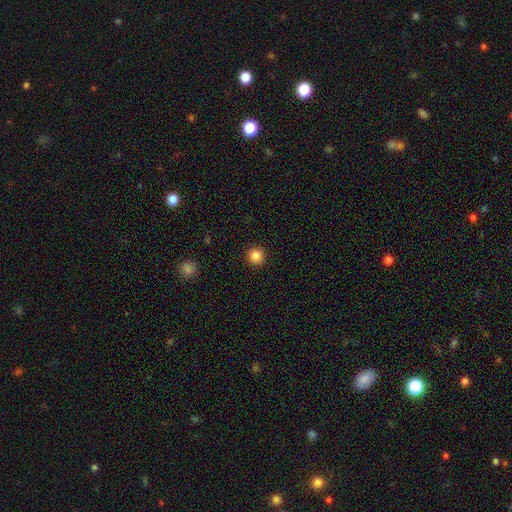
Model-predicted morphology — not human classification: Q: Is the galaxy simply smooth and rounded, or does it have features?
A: smooth — 85%.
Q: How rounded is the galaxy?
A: round — 95%.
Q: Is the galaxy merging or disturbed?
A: none — 93%.